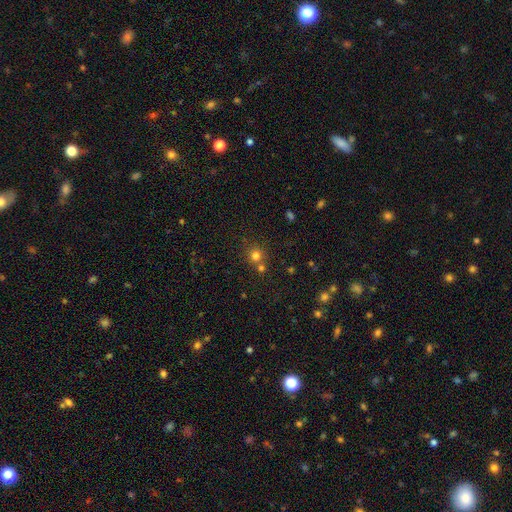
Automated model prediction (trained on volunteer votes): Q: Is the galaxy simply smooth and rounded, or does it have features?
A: smooth — 74%.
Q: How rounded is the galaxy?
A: round — 91%.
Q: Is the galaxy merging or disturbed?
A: none — 66%.